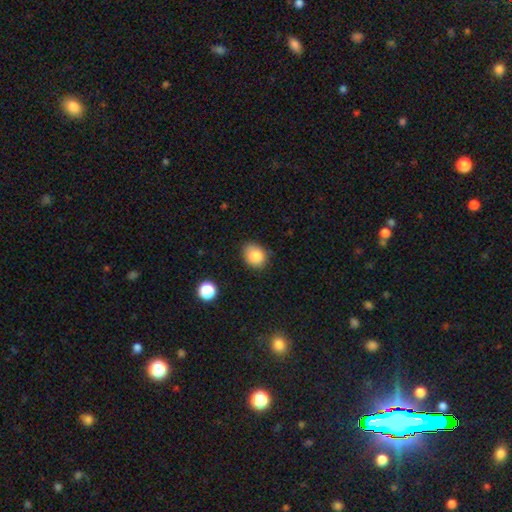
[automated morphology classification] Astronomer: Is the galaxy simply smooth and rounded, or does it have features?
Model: smooth — 85%.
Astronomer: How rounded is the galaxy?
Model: round — 54% (runner-up: in between, 45%).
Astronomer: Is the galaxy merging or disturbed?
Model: none — 78%.